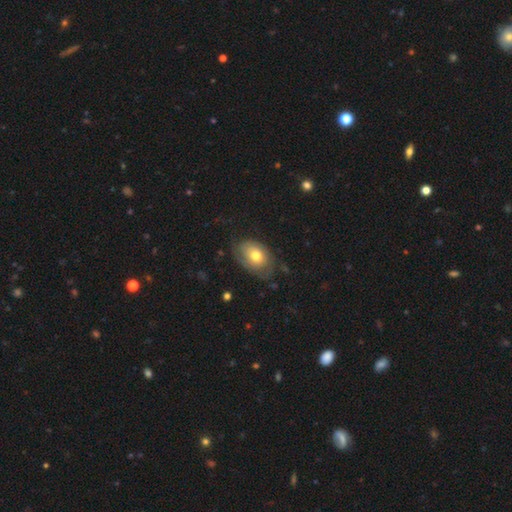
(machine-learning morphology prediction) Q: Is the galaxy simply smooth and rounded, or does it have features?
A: smooth — 58%.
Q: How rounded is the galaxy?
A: in between — 81%.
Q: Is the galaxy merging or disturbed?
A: none — 57%.